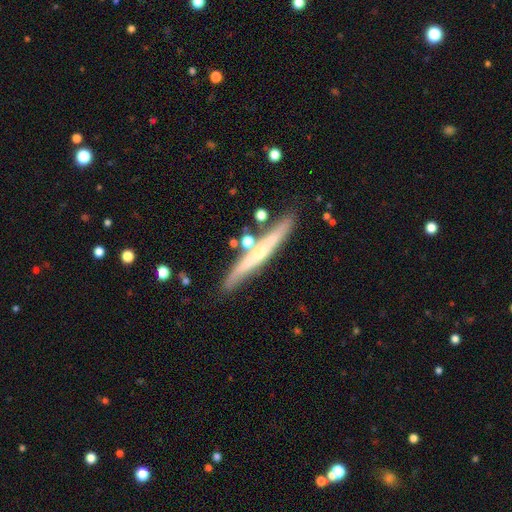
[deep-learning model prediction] Q: Smooth or featured?
A: featured or disk (59%); runner-up: smooth (34%)
Q: Edge-on disk?
A: yes (94%); runner-up: no (6%)
Q: Edge-on bulge?
A: rounded (55%); runner-up: none (41%)
Q: Merging?
A: none (82%); runner-up: minor disturbance (10%)